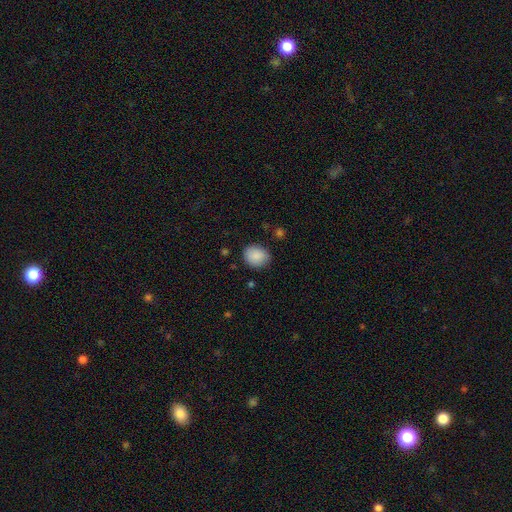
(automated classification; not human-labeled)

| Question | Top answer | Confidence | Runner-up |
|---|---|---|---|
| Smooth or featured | smooth | 88% | star or artifact (8%) |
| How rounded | round | 61% | in between (38%) |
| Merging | none | 82% | minor disturbance (14%) |